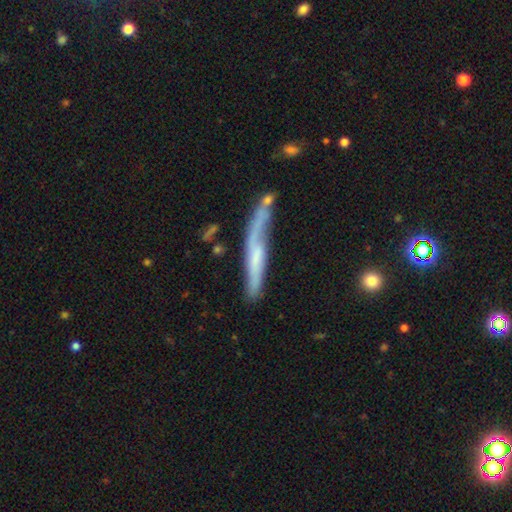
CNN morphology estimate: smooth-or-featured: featured or disk: 55% | smooth: 38% | star or artifact: 7%
  disk-edge-on: yes: 75% | no: 25%
  merging: none: 44% | minor disturbance: 28% | major disturbance: 15% | merger: 13%